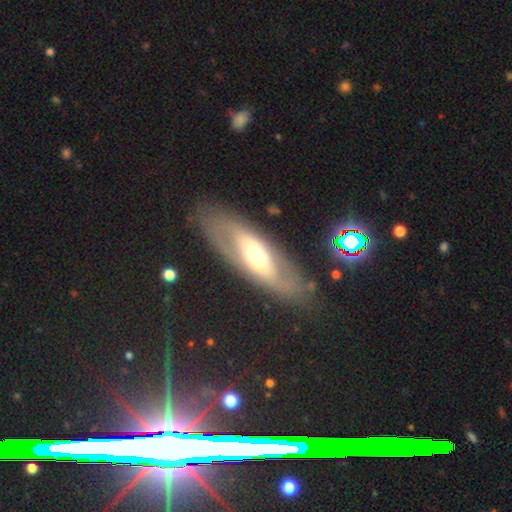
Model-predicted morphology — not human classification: featured or disk 60%, smooth 32%, star or artifact 7%. Down the decision tree: edge-on disk — no (76%); merging — none (79%).